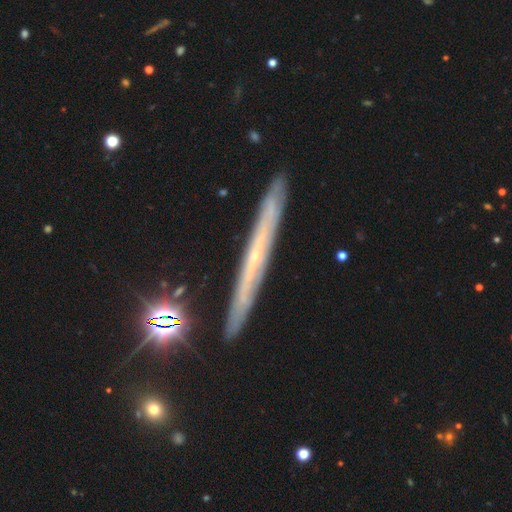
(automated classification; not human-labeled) Q: Smooth or featured?
A: featured or disk (71%); runner-up: smooth (20%)
Q: Edge-on disk?
A: yes (91%); runner-up: no (9%)
Q: Edge-on bulge?
A: none (69%); runner-up: rounded (29%)
Q: Merging?
A: none (88%); runner-up: minor disturbance (9%)